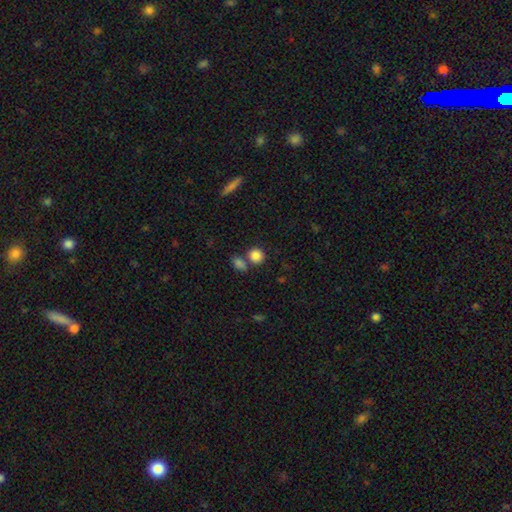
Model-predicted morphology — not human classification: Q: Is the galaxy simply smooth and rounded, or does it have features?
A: smooth — 85%.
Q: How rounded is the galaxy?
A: round — 81%.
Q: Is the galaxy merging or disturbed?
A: none — 61%.